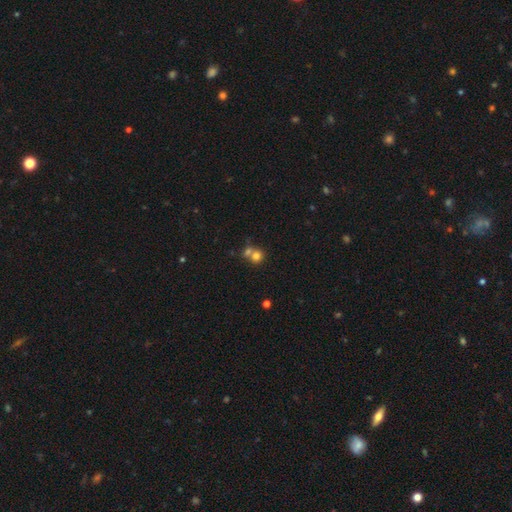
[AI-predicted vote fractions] A smooth galaxy with no disk features (75%) that is round (83%). Merging: merger (50%).